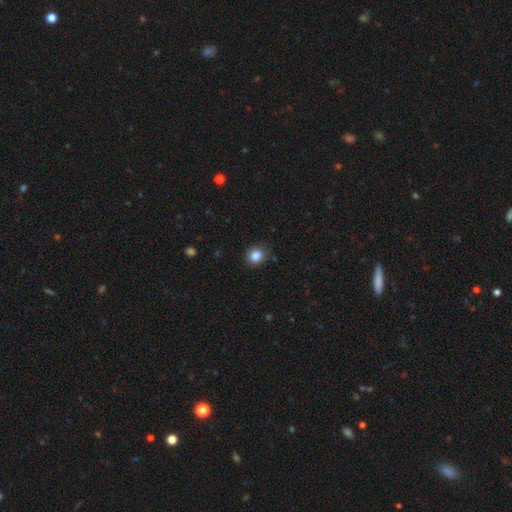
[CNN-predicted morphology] This is clearly a smooth galaxy (85%). How rounded: likely round (77%). Merging: clearly none (84%).